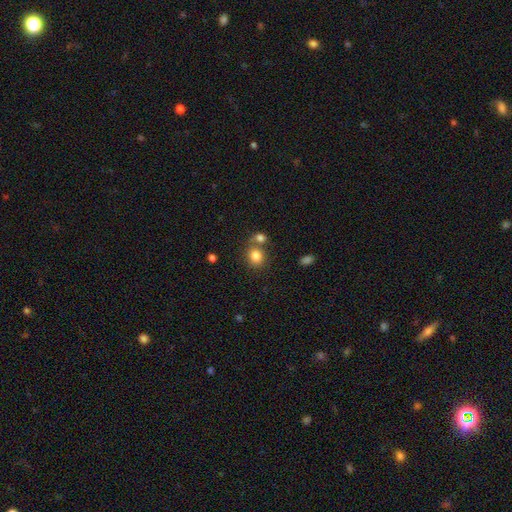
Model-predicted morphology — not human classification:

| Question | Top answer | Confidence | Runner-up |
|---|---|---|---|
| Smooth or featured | smooth | 83% | star or artifact (10%) |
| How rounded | round | 73% | in between (26%) |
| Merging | none | 59% | merger (28%) |